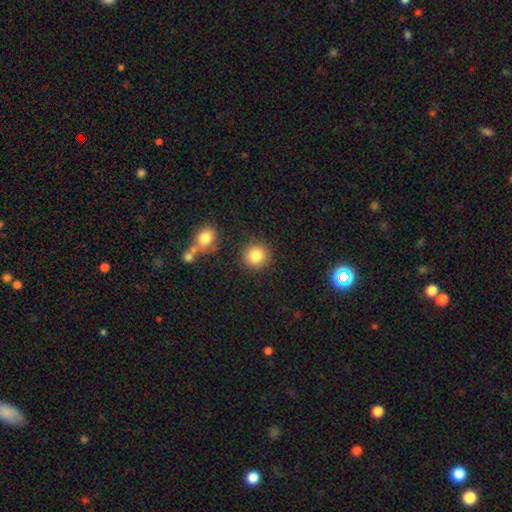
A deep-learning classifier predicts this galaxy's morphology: Smooth or featured: smooth — 86% (star or artifact — 9%)
How rounded: round — 90% (in between — 9%)
Merging: none — 86% (minor disturbance — 8%)